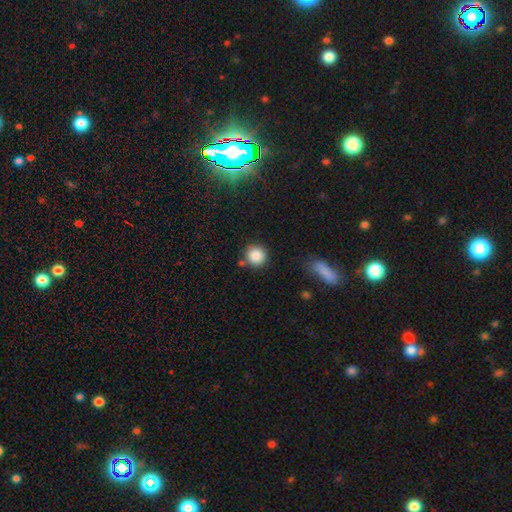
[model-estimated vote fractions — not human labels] Smooth or featured? smooth (86%)
How rounded? round (92%)
Merging? none (79%)